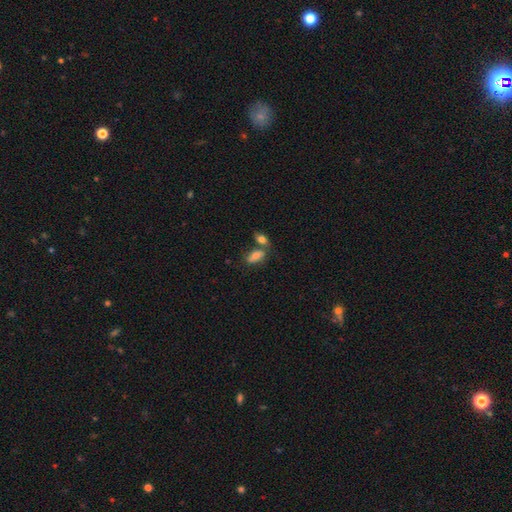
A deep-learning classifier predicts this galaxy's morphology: Overall: smooth (71%). How rounded: in between (85%). Merging: none (44%; merger 39%).